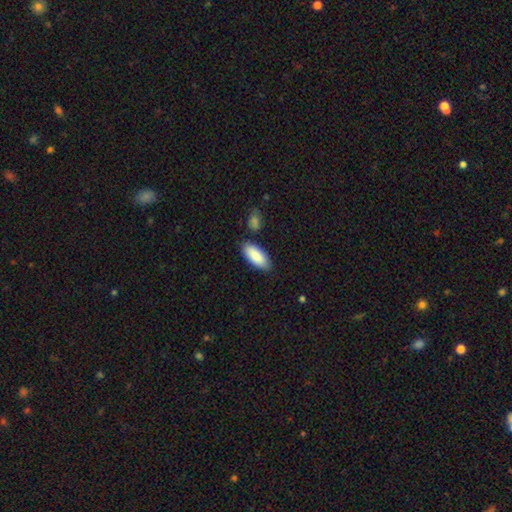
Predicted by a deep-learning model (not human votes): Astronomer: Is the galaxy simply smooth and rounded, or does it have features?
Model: smooth — 88%.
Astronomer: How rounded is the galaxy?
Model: in between — 86%.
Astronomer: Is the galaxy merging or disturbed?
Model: none — 81%.